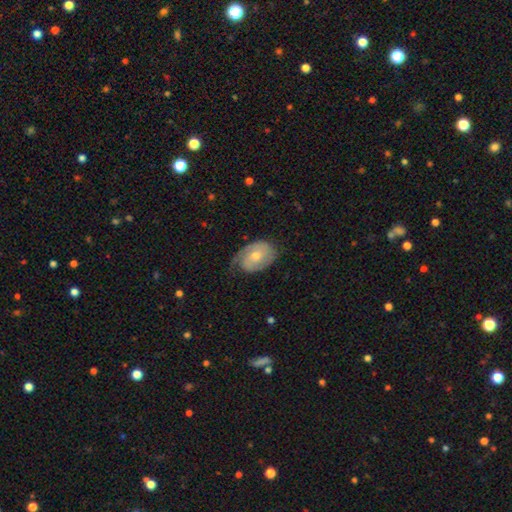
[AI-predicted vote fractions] This is likely a featured or disk galaxy (70%). It is clearly not viewed edge-on (96%). Bar: likely no (70%). Spiral arm pattern: clearly yes (87%). Spiral arm count: marginally 2 (42%). Spiral winding: possibly tight (55%). Central bulge: possibly moderate (58%). Merging: possibly none (58%).